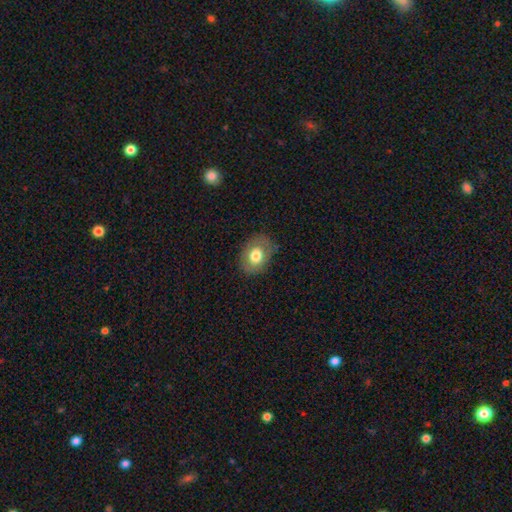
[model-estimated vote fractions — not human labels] smooth-or-featured: smooth: 71% | featured or disk: 21% | star or artifact: 8%
  how-rounded: in between: 65% | round: 34% | cigar-shaped: 1%
  merging: none: 79% | minor disturbance: 15% | major disturbance: 5% | merger: 1%